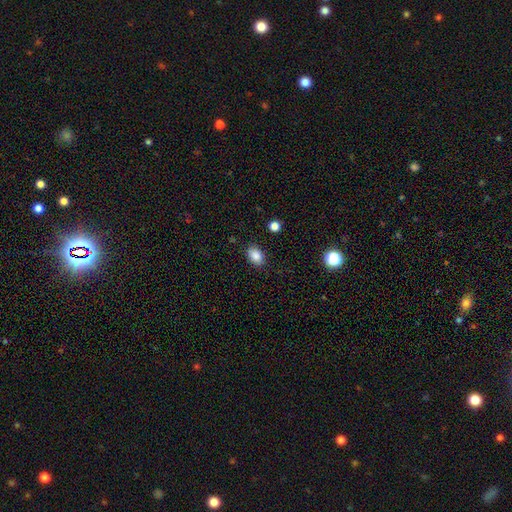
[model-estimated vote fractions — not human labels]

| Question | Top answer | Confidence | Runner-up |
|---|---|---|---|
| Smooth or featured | smooth | 86% | star or artifact (9%) |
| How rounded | in between | 80% | round (19%) |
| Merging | none | 85% | minor disturbance (11%) |